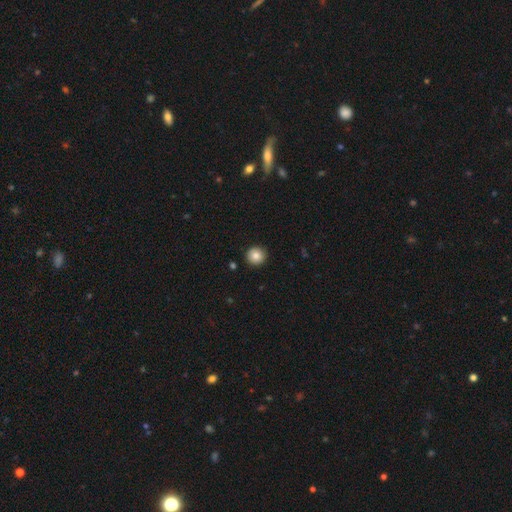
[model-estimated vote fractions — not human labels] A smooth galaxy with no disk features (84%) that is round (95%).

Vote fractions:
- Smooth or featured? smooth: 84% / star or artifact: 9% / featured or disk: 7%
- How rounded? round: 95% / in between: 4% / cigar-shaped: 1%
- Merging? none: 91% / minor disturbance: 6% / major disturbance: 2% / merger: 1%